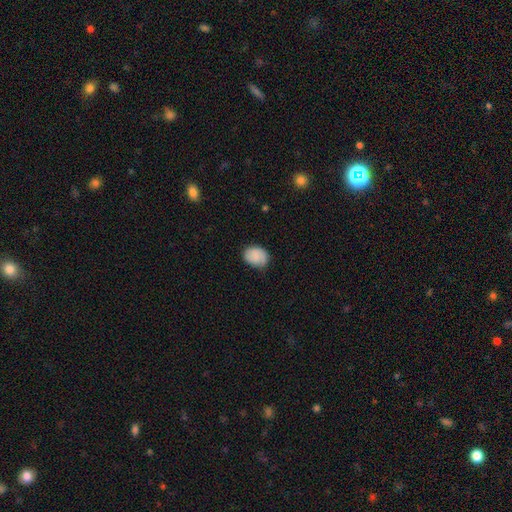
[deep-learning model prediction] This appears to be a smooth galaxy with no disk features (79%) that is in between round and cigar-shaped (57%). Merging: none (63%).